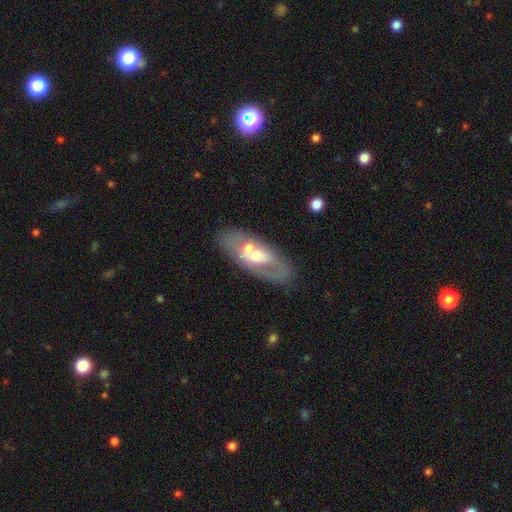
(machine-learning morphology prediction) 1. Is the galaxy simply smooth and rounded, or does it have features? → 65% featured or disk, 27% smooth, 8% star or artifact.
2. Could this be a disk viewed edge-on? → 80% no, 20% yes.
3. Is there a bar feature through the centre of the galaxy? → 54% no, 33% weak, 14% strong.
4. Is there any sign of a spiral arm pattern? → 54% no, 46% yes.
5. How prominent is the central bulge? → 58% moderate, 30% small, 8% large, 2% none, 1% dominant.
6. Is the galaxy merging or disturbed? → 74% none, 14% minor disturbance, 7% merger, 5% major disturbance.